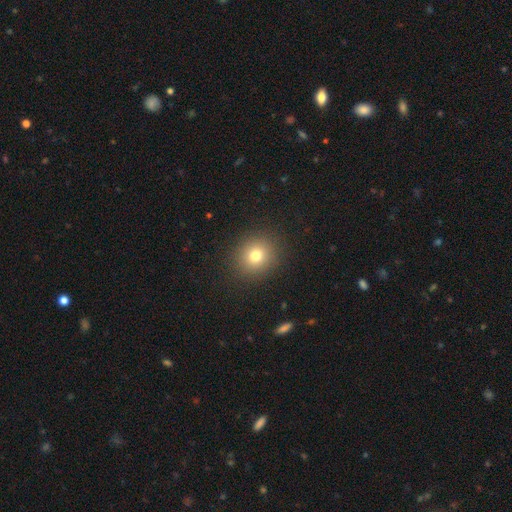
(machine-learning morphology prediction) Q: Smooth or featured?
A: smooth (77%); runner-up: star or artifact (14%)
Q: How rounded?
A: round (79%); runner-up: in between (20%)
Q: Merging?
A: none (89%); runner-up: minor disturbance (7%)